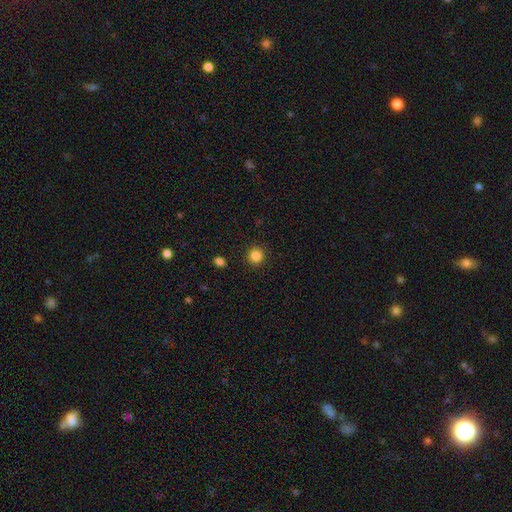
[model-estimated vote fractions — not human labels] A smooth galaxy with no disk features (85%) that is round (94%). Merging: none (92%).